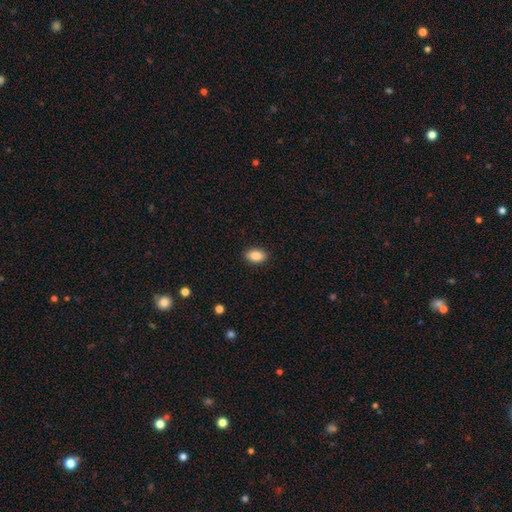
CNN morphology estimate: smooth-or-featured: smooth: 87% | star or artifact: 8% | featured or disk: 5%
  how-rounded: in between: 89% | round: 9% | cigar-shaped: 2%
  merging: none: 90% | minor disturbance: 7% | major disturbance: 2% | merger: 1%